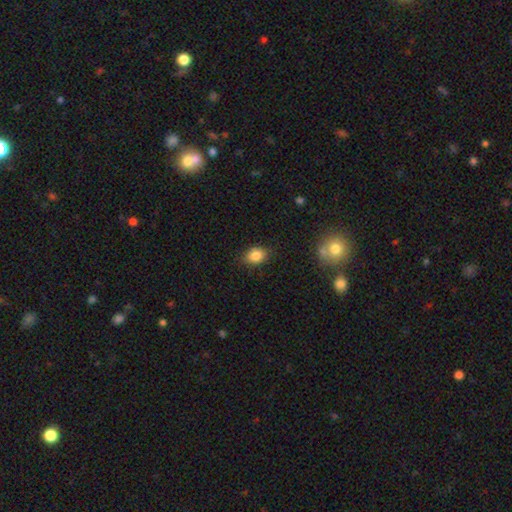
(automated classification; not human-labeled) Overall: smooth (84%). How rounded: in between (66%; round 33%). Merging: none (82%).